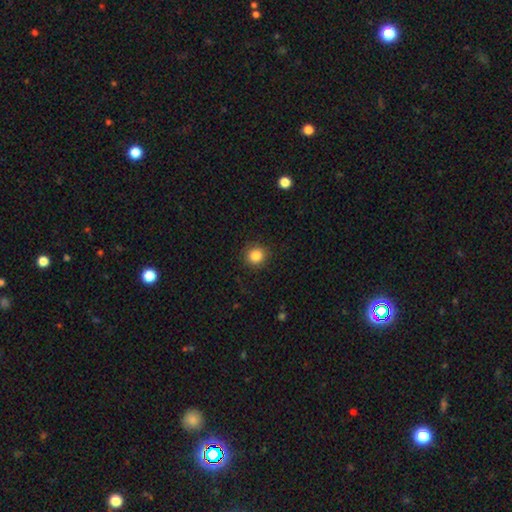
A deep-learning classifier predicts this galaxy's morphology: smooth-or-featured: smooth: 85% | star or artifact: 11% | featured or disk: 5%
  how-rounded: round: 92% | in between: 7% | cigar-shaped: 1%
  merging: none: 90% | minor disturbance: 6% | major disturbance: 2% | merger: 1%